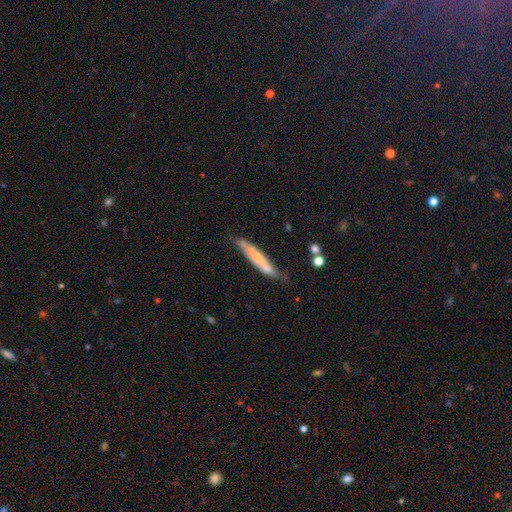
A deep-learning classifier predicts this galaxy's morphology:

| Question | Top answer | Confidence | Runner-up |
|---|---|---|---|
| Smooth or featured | smooth | 51% | featured or disk (43%) |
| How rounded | cigar-shaped | 89% | in between (10%) |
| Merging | none | 56% | minor disturbance (30%) |